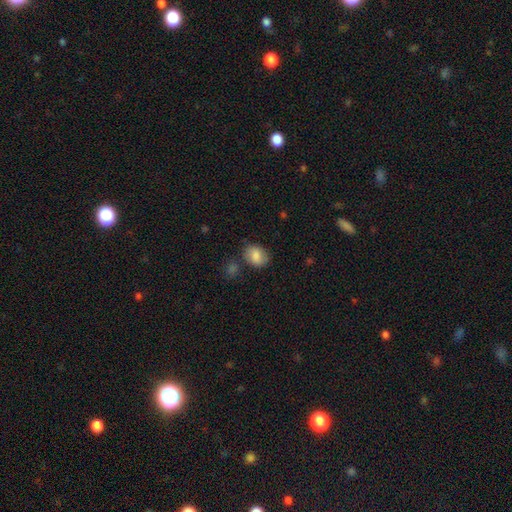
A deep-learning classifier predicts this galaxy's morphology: smooth 82%, featured or disk 10%, star or artifact 8%. Down the decision tree: how rounded — in between (60%); merging — none (68%).